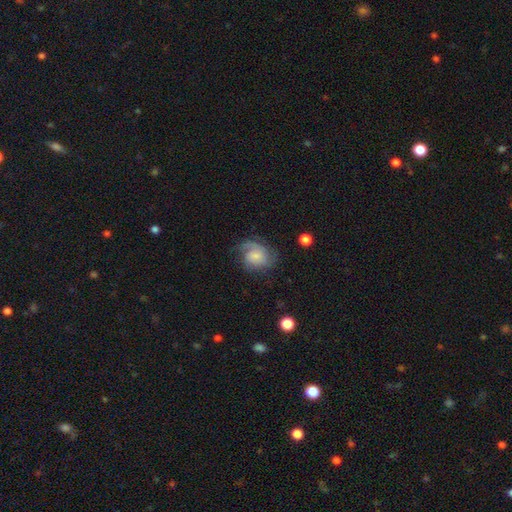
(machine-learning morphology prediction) This is likely a featured or disk galaxy (61%). It is clearly not viewed edge-on (98%). Bar: likely no (68%). Spiral arm pattern: clearly yes (90%). Spiral arm count: marginally 2 (34%). Spiral winding: marginally medium (41%). Central bulge: possibly small (50%). Merging: possibly none (56%).